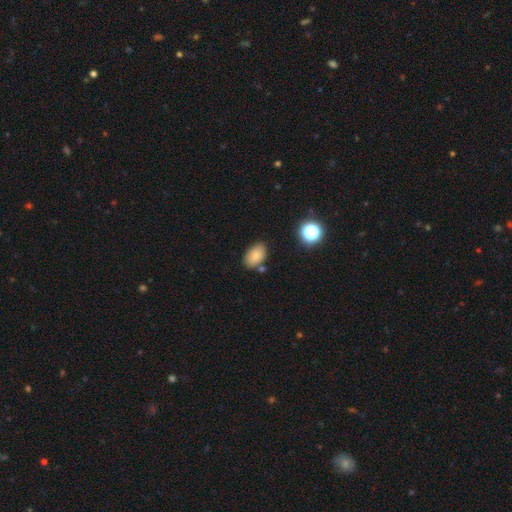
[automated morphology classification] A smooth galaxy with no disk features (82%) that is in between round and cigar-shaped (89%). Merging: none (78%).